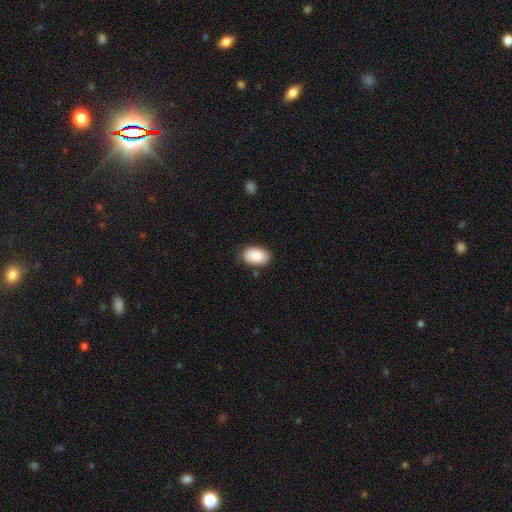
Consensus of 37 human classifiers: smooth_or_featured: smooth (p=0.92) [alt: star or artifact p=0.05]
how_rounded: in between (p=0.97) [alt: round p=0.03]
merging: none (p=0.83) [alt: minor disturbance p=0.11]